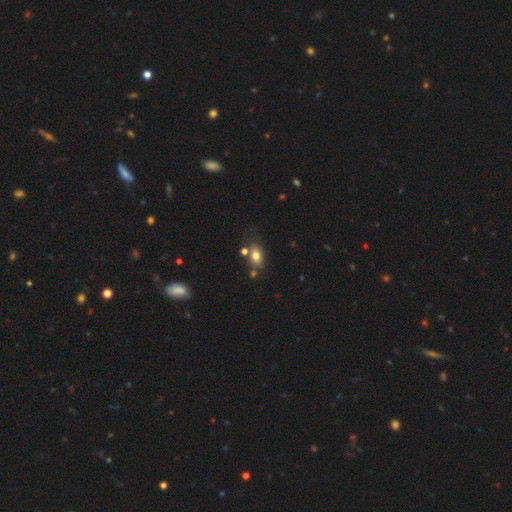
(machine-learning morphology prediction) Smooth or featured?
  - smooth: 77% *
  - featured or disk: 12%
  - star or artifact: 11%
How rounded?
  - in between: 79% *
  - round: 18%
  - cigar-shaped: 3%
Merging?
  - none: 66% *
  - minor disturbance: 16%
  - merger: 13%
  - major disturbance: 5%